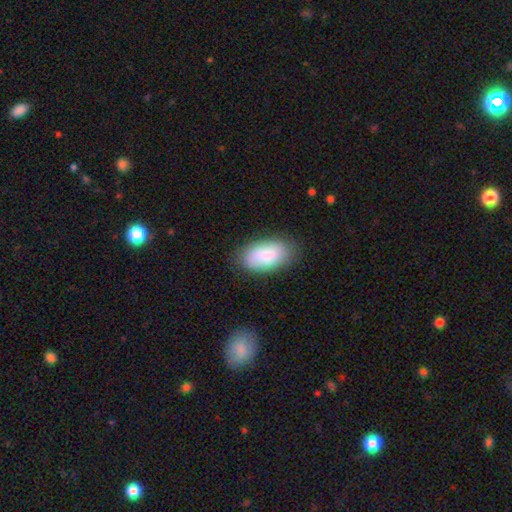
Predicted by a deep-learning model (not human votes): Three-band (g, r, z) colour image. It shows a smooth galaxy with no disk features (87%) that is in between round and cigar-shaped (94%). Merging: none (82%).